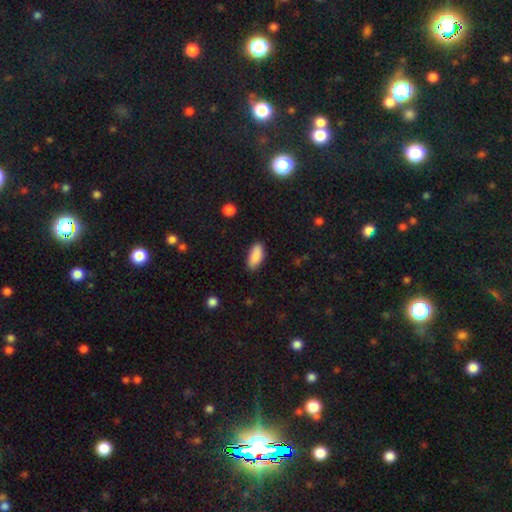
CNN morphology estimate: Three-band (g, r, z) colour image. It shows a smooth galaxy with no disk features (90%) that is in between round and cigar-shaped (88%). Merging: none (85%).